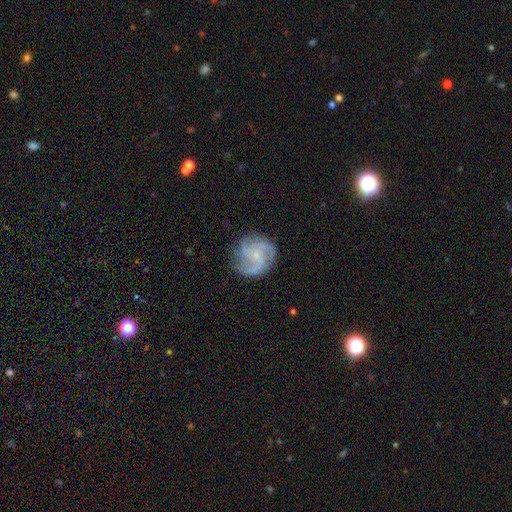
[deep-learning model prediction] Morphology: type=featured or disk (86%); edge-on=no (98%); bar=no (72%); spiral arms=yes (98%); winding=medium (49%); arm count=3 (55%); bulge=small (76%); merging=none (78%).